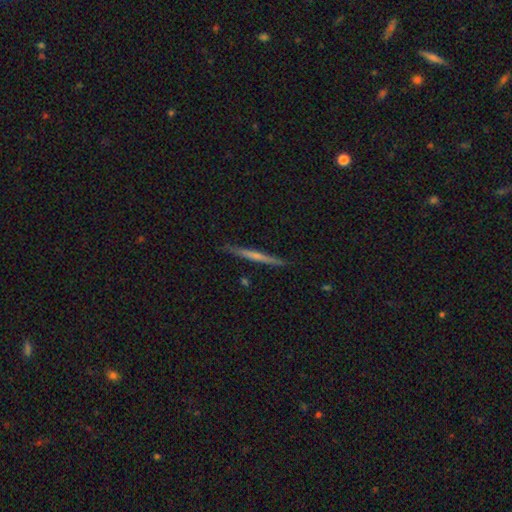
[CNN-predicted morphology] type=featured or disk (60%); edge-on=yes (96%); edge-on bulge=none (47%); merging=none (90%).